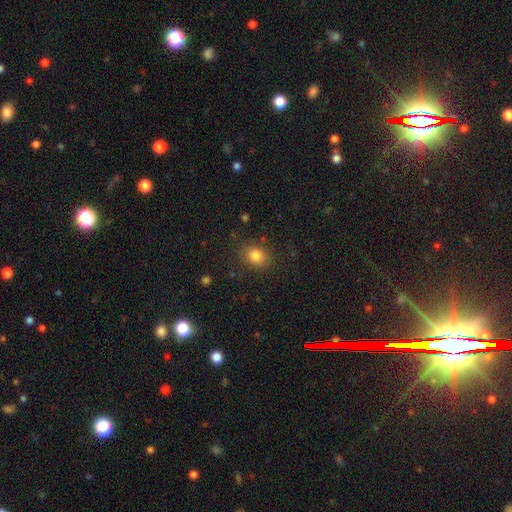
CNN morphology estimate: type=smooth (82%); roundness=round (63%); merging=none (85%).